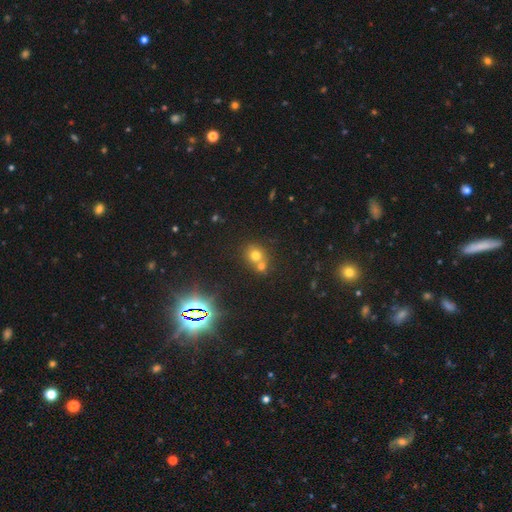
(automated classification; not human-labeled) This is likely a smooth galaxy (67%). How rounded: likely round (78%). Merging: possibly merger (45%, tied with none).